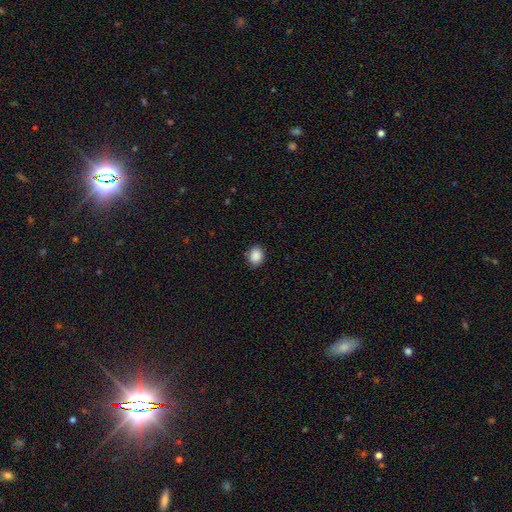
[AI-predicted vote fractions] Q: Smooth or featured?
A: smooth (88%); runner-up: star or artifact (9%)
Q: How rounded?
A: round (56%); runner-up: in between (43%)
Q: Merging?
A: none (86%); runner-up: minor disturbance (10%)